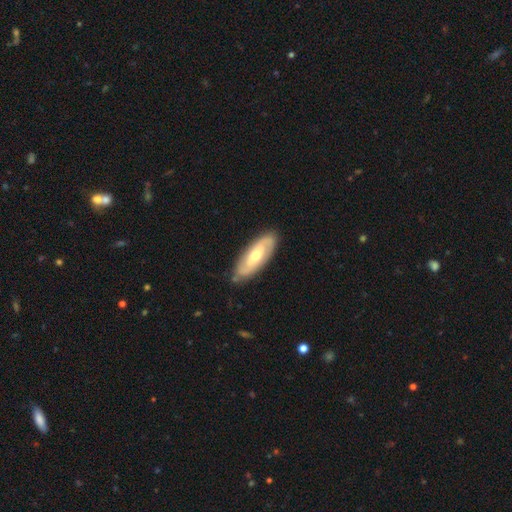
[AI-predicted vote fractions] Smooth or featured?
  - featured or disk: 61% *
  - smooth: 34%
  - star or artifact: 5%
Edge-on disk?
  - no: 83% *
  - yes: 17%
Bar?
  - no: 56% *
  - weak: 32%
  - strong: 11%
Spiral arms?
  - yes: 75% *
  - no: 25%
Bulge size?
  - moderate: 67% *
  - small: 26%
  - large: 5%
  - none: 1%
  - dominant: 1%
Merging?
  - none: 84% *
  - minor disturbance: 12%
  - major disturbance: 2%
  - merger: 2%